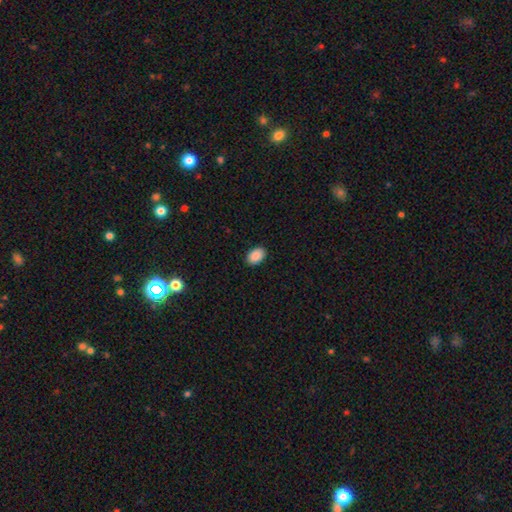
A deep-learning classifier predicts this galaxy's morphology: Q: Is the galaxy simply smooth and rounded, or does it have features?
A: smooth — 90%.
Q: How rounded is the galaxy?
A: in between — 87%.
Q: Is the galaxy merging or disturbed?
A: none — 90%.